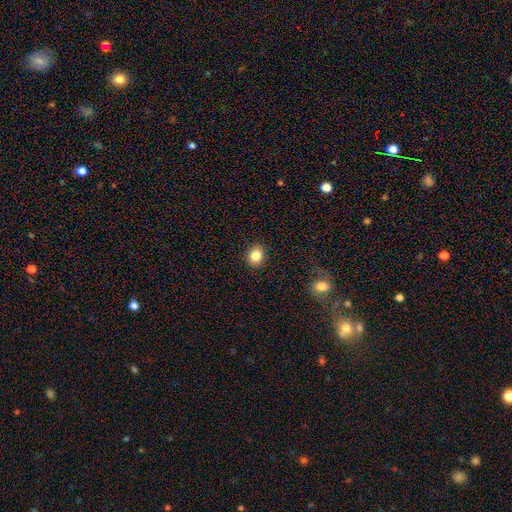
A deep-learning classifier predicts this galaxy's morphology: type=smooth (84%); roundness=round (74%); merging=none (91%).